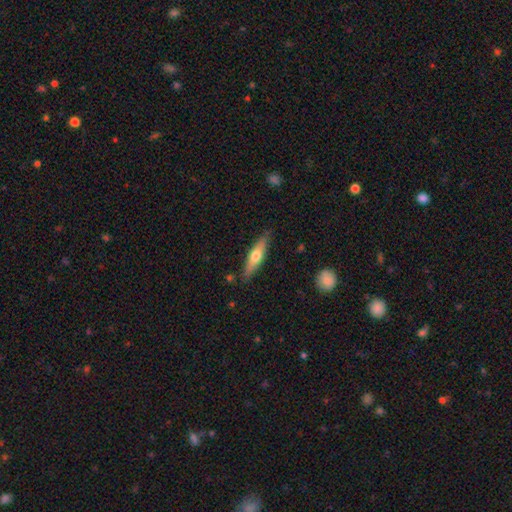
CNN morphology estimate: smooth 51%, featured or disk 44%, star or artifact 6%. Down the decision tree: how rounded — cigar-shaped (75%); merging — none (85%).